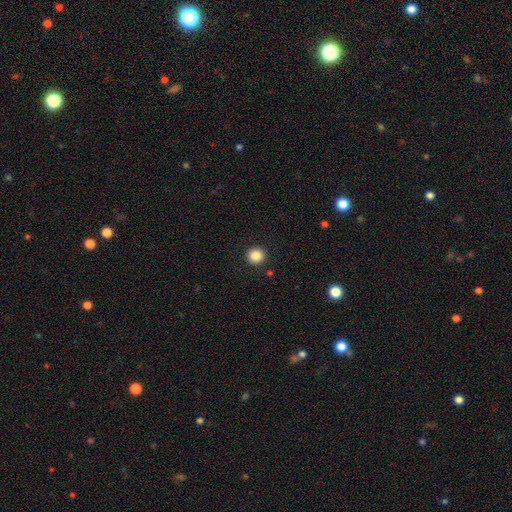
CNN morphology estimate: smooth_or_featured: smooth (p=0.86) [alt: star or artifact p=0.10]
how_rounded: round (p=0.94) [alt: in between p=0.05]
merging: none (p=0.92) [alt: minor disturbance p=0.05]